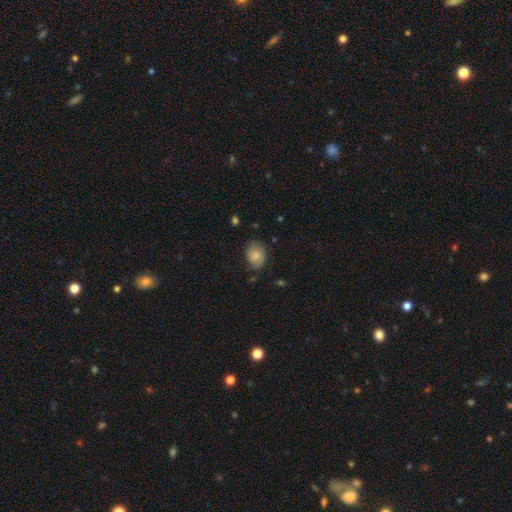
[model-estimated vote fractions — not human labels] smooth 70%, featured or disk 21%, star or artifact 8%. Down the decision tree: how rounded — in between (65%); merging — none (67%).